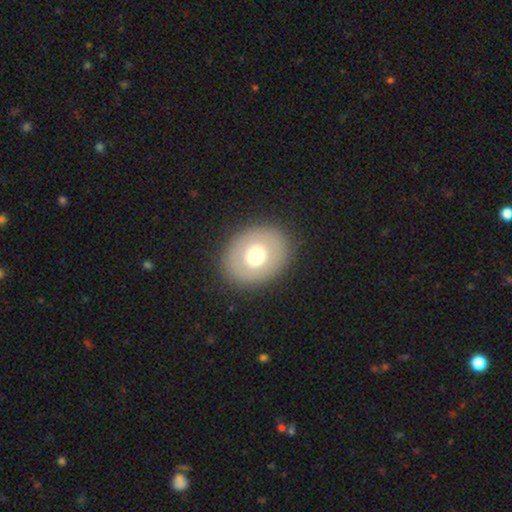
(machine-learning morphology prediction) Smooth or featured: smooth — 64% (featured or disk — 26%)
How rounded: round — 62% (in between — 38%)
Merging: none — 88% (minor disturbance — 7%)